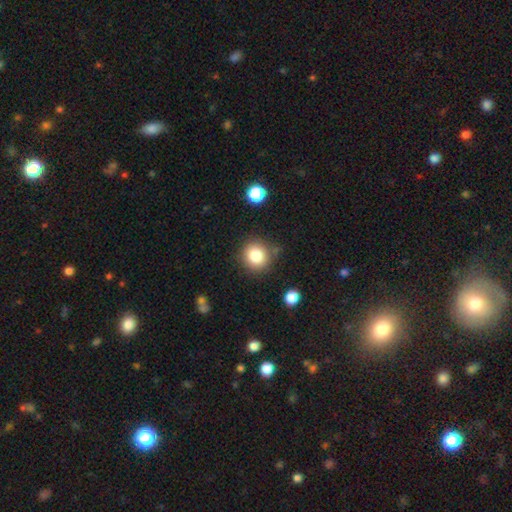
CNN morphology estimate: smooth_or_featured: smooth (p=0.84) [alt: star or artifact p=0.10]
how_rounded: round (p=0.88) [alt: in between p=0.12]
merging: none (p=0.79) [alt: minor disturbance p=0.13]